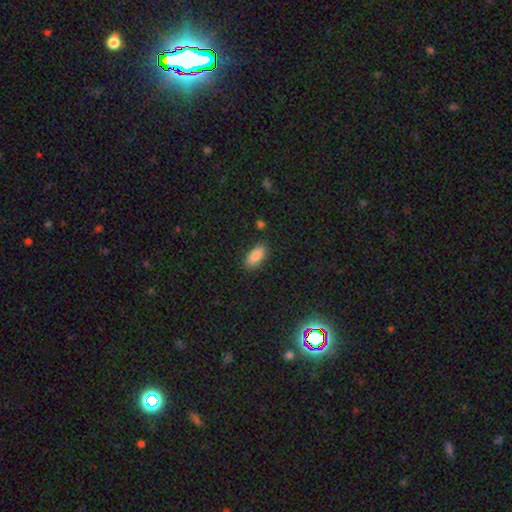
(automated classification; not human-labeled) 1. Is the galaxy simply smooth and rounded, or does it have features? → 87% smooth, 8% star or artifact, 6% featured or disk.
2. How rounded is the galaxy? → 88% in between, 10% cigar-shaped, 3% round.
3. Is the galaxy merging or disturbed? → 84% none, 11% minor disturbance, 3% major disturbance, 2% merger.